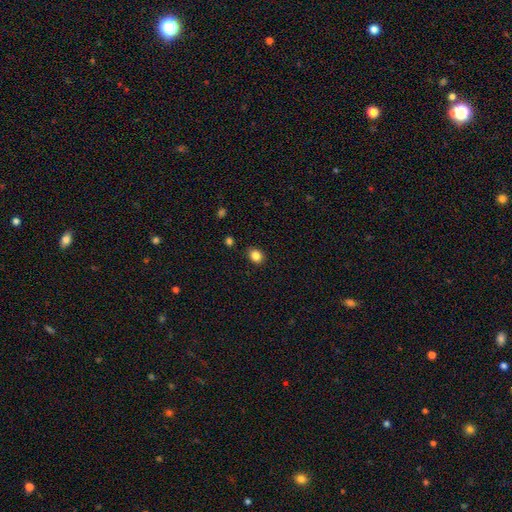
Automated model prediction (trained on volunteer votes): This is clearly a smooth galaxy (84%). How rounded: possibly round (54%). Merging: clearly none (87%).